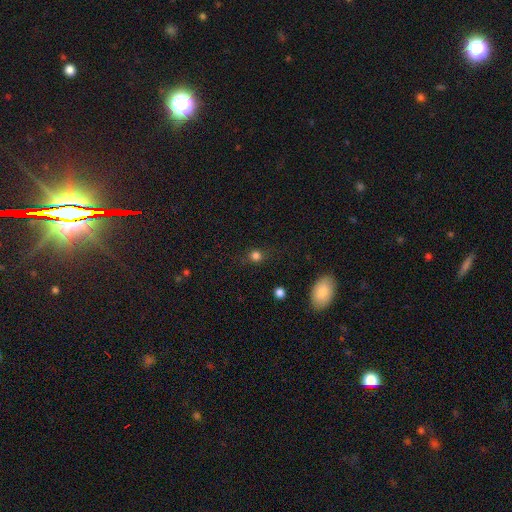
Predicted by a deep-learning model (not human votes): smooth-or-featured: smooth: 77% | star or artifact: 17% | featured or disk: 7%
  how-rounded: round: 83% | in between: 15% | cigar-shaped: 2%
  merging: none: 79% | minor disturbance: 13% | major disturbance: 6% | merger: 2%